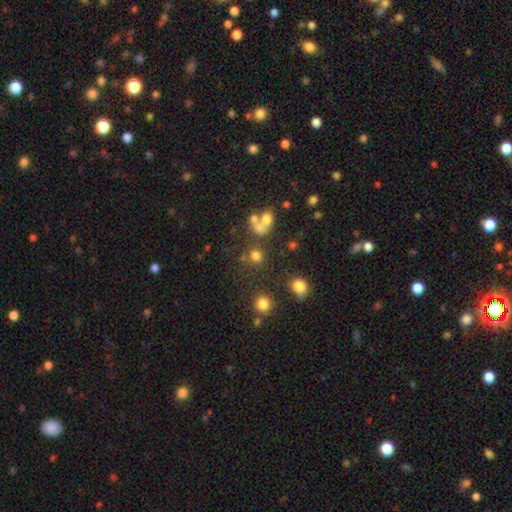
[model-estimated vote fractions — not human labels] This is likely a smooth galaxy (71%). How rounded: clearly round (84%). Merging: likely none (62%).